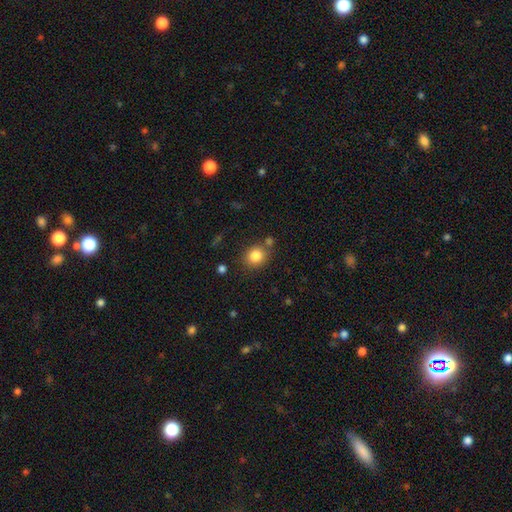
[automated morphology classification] type=smooth (82%); roundness=round (76%); merging=none (75%).